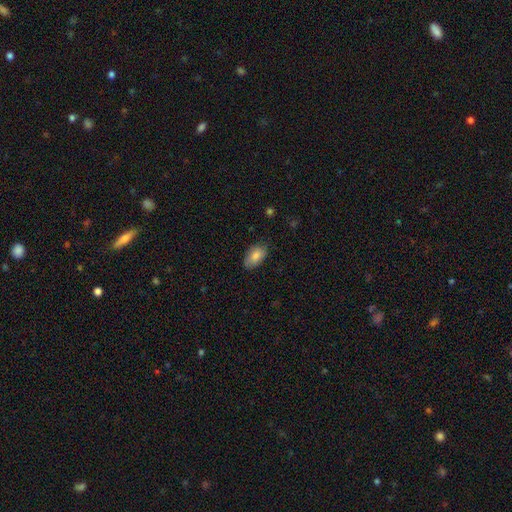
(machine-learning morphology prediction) A smooth galaxy with no disk features (84%) that is in between round and cigar-shaped (93%). Merging: none (79%).